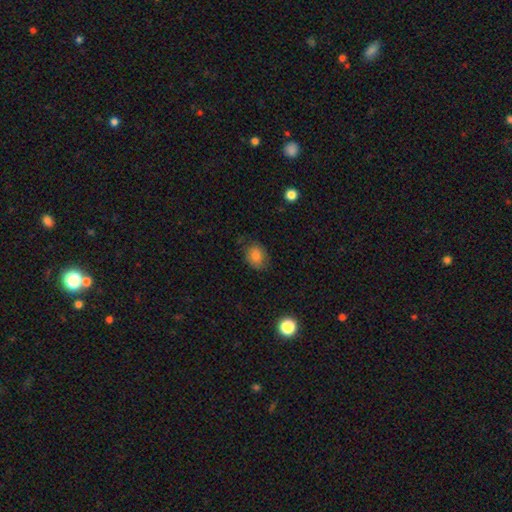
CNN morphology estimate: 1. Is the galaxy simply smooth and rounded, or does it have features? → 83% smooth, 10% star or artifact, 8% featured or disk.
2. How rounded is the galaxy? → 60% in between, 39% round, 1% cigar-shaped.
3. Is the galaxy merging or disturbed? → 74% none, 20% minor disturbance, 4% major disturbance, 1% merger.